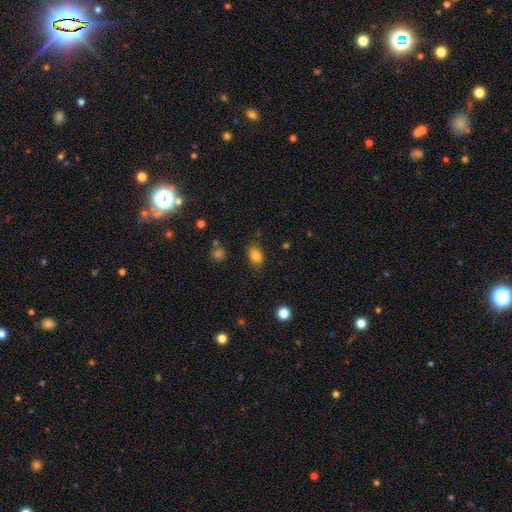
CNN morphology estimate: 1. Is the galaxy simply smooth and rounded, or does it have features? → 82% smooth, 11% star or artifact, 7% featured or disk.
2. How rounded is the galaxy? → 78% in between, 21% round, 1% cigar-shaped.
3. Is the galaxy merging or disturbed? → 80% none, 14% minor disturbance, 4% major disturbance, 2% merger.